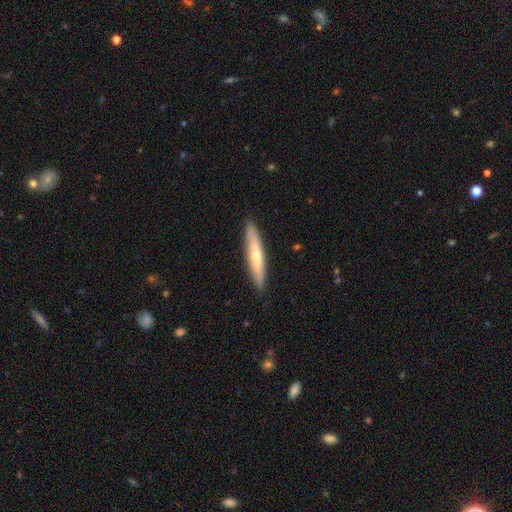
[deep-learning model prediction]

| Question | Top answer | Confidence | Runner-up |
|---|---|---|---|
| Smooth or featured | smooth | 51% | featured or disk (44%) |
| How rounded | cigar-shaped | 92% | in between (7%) |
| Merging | none | 90% | minor disturbance (8%) |